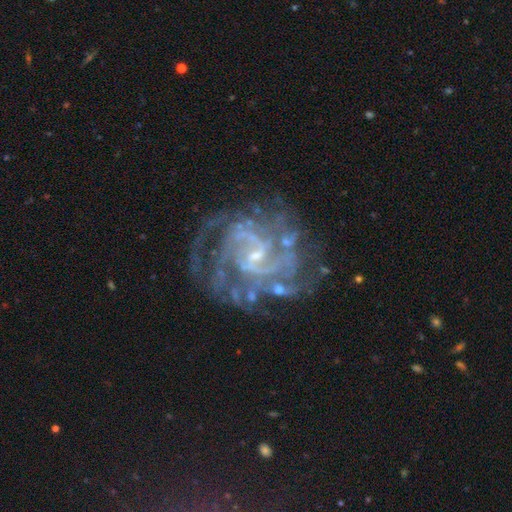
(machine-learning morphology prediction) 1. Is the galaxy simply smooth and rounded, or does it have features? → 89% featured or disk, 7% star or artifact, 4% smooth.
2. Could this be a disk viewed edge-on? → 98% no, 2% yes.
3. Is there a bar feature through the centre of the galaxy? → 53% weak, 29% no, 19% strong.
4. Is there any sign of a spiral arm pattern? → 96% yes, 4% no.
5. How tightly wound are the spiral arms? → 52% tight, 39% medium, 9% loose.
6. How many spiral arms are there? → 27% can't tell, 25% 2, 19% 3, 14% 4, 8% more than 4, 7% 1.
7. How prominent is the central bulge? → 74% small, 14% moderate, 10% none, 1% large, 1% dominant.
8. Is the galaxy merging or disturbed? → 67% none, 17% minor disturbance, 13% major disturbance, 3% merger.